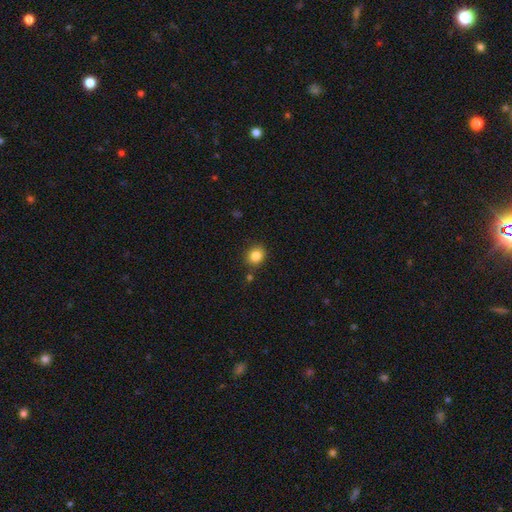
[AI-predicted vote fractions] Smooth or featured: smooth — 84% (star or artifact — 10%)
How rounded: round — 71% (in between — 28%)
Merging: none — 83% (minor disturbance — 10%)